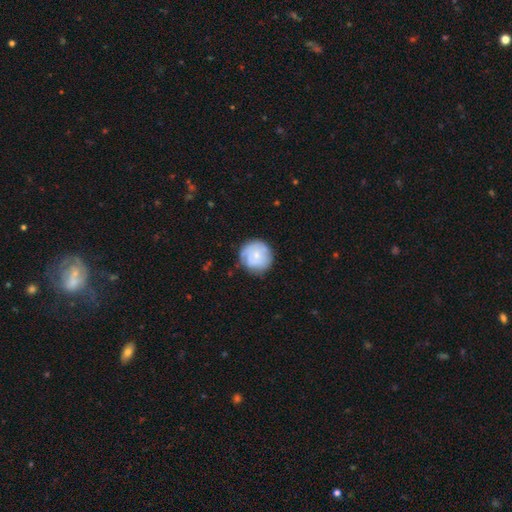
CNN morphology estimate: smooth_or_featured: smooth (p=0.55) [alt: featured or disk p=0.38]
how_rounded: round (p=0.93) [alt: in between p=0.06]
merging: none (p=0.71) [alt: minor disturbance p=0.21]